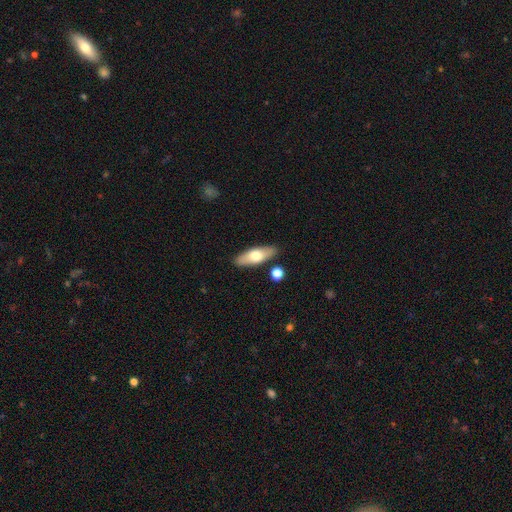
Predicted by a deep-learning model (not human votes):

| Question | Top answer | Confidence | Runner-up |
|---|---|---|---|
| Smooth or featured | smooth | 63% | featured or disk (31%) |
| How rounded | in between | 63% | cigar-shaped (34%) |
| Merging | none | 85% | minor disturbance (9%) |